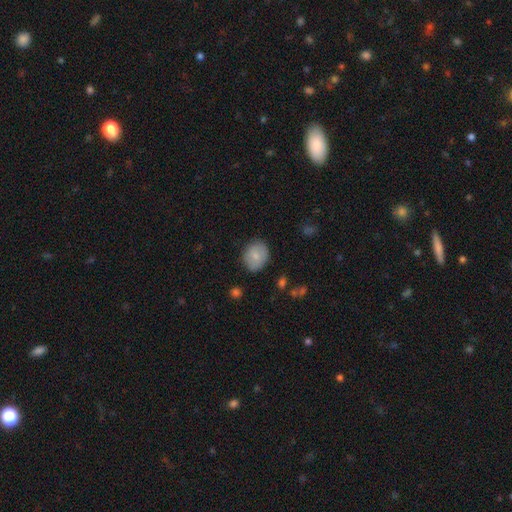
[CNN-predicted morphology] The model was most divided on "how rounded": round: 62%, in between: 37%, cigar-shaped: 1%. More confident: merging — none (80%); smooth or featured — smooth (76%).